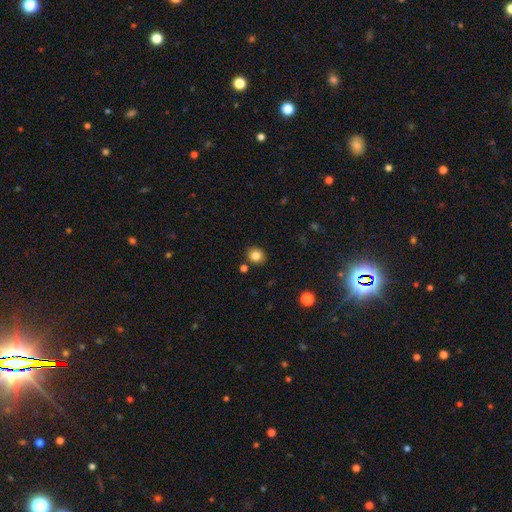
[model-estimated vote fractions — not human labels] Overall: smooth (82%). How rounded: round (82%). Merging: none (86%).